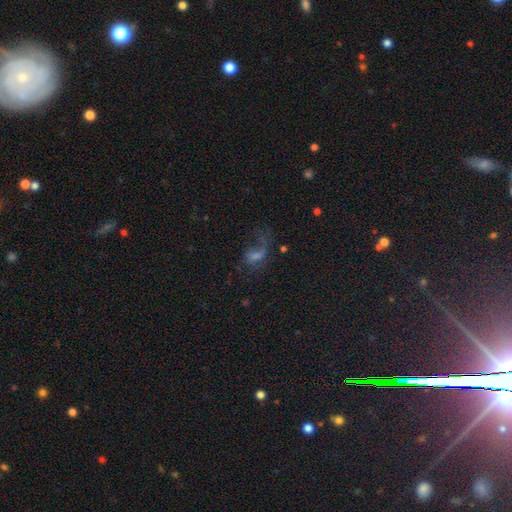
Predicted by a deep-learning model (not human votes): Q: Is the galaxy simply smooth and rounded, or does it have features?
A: featured or disk — 50%.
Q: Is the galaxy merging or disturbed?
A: major disturbance — 44%.